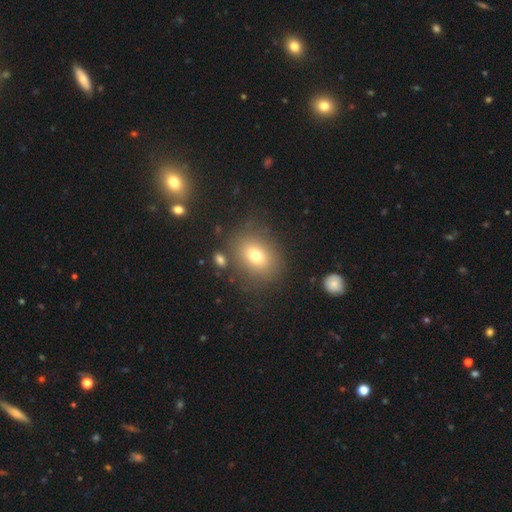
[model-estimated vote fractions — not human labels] This appears to be a smooth galaxy with no disk features (72%) that is in between round and cigar-shaped (50%). Merging: none (80%).